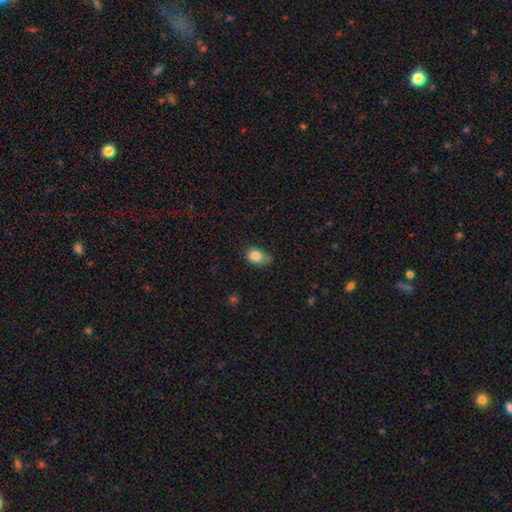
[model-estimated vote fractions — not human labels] This is clearly a smooth galaxy (83%). How rounded: likely in between (68%). Merging: marginally minor disturbance (43%, tied with none).